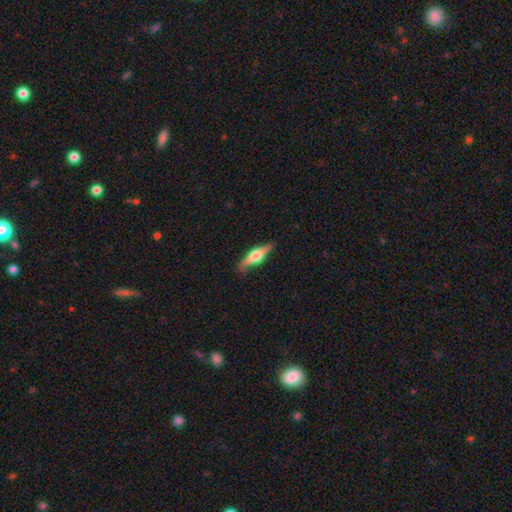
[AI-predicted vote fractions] This is likely a featured or disk galaxy (62%). It is clearly viewed edge-on (94%). Edge-on bulge: clearly rounded (91%). Merging: clearly none (82%).